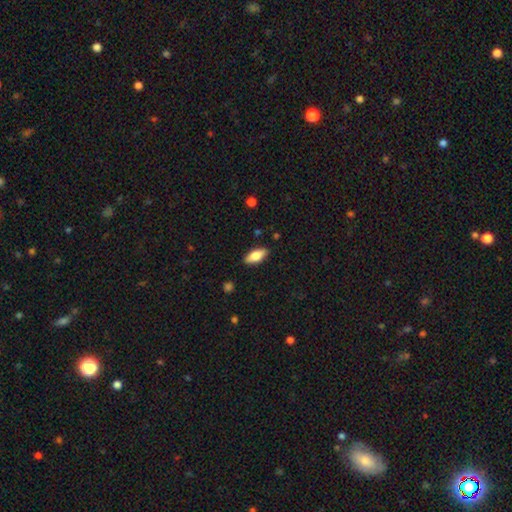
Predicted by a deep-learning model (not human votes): A smooth galaxy with no disk features (75%) that is in between round and cigar-shaped (83%).

Vote fractions:
- Smooth or featured? smooth: 75% / featured or disk: 19% / star or artifact: 6%
- How rounded? in between: 83% / cigar-shaped: 14% / round: 2%
- Merging? none: 87% / minor disturbance: 10% / major disturbance: 2% / merger: 1%